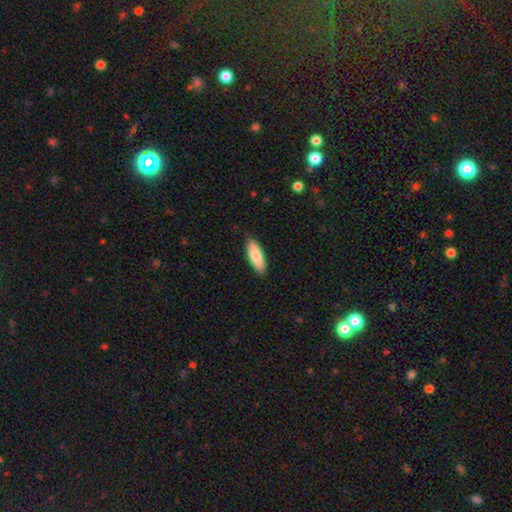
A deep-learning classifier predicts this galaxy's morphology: A smooth galaxy with no disk features (83%) that is in between round and cigar-shaped (62%).

Vote fractions:
- Smooth or featured? smooth: 83% / featured or disk: 12% / star or artifact: 5%
- How rounded? in between: 62% / cigar-shaped: 37% / round: 2%
- Merging? none: 86% / minor disturbance: 11% / major disturbance: 2% / merger: 1%